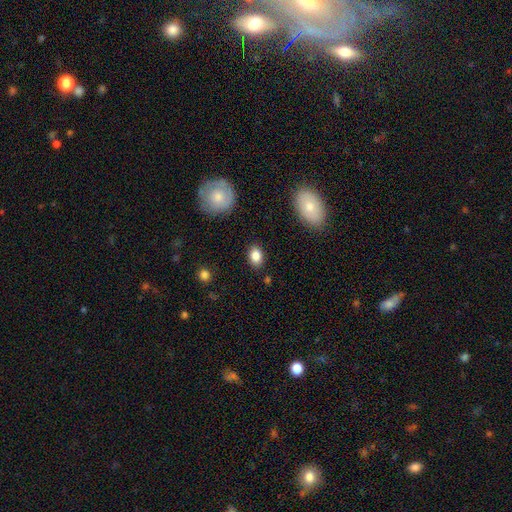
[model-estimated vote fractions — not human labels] This appears to be a smooth galaxy with no disk features (84%) that is in between round and cigar-shaped (78%). Merging: none (87%).